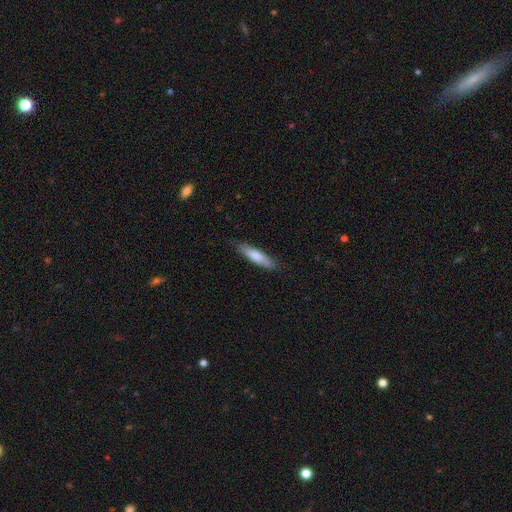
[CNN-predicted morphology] smooth 71%, featured or disk 24%, star or artifact 5%. Down the decision tree: how rounded — cigar-shaped (81%); merging — none (85%).